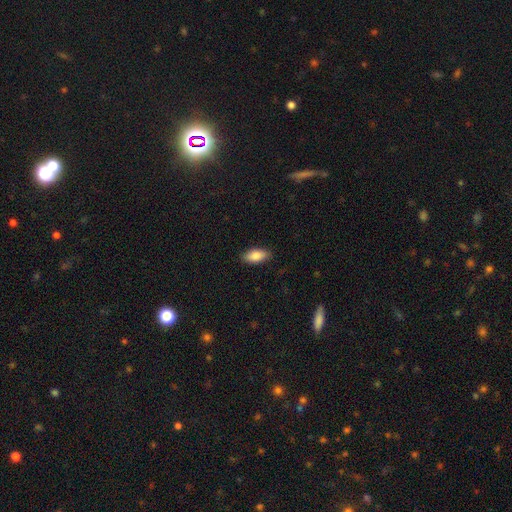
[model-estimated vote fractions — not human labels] Overall: smooth (85%). How rounded: in between (89%). Merging: none (88%).